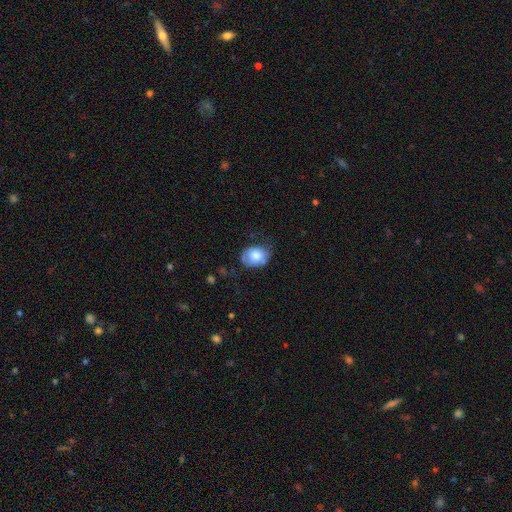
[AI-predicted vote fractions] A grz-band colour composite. It shows a smooth galaxy with no disk features (74%) that is in between round and cigar-shaped (59%). Merging: none (55%).